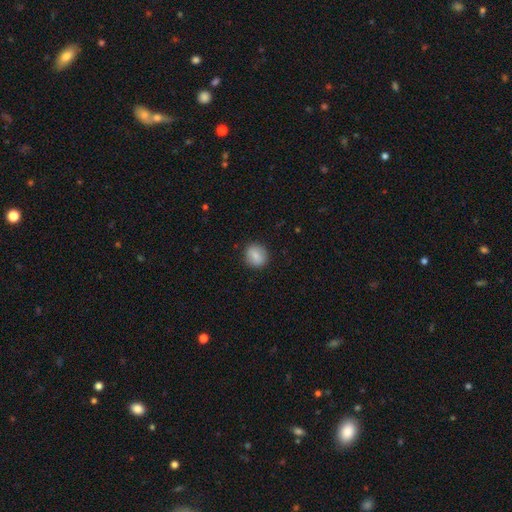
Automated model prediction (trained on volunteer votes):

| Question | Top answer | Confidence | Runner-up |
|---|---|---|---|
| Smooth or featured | smooth | 82% | featured or disk (10%) |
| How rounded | round | 76% | in between (23%) |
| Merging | none | 88% | minor disturbance (8%) |